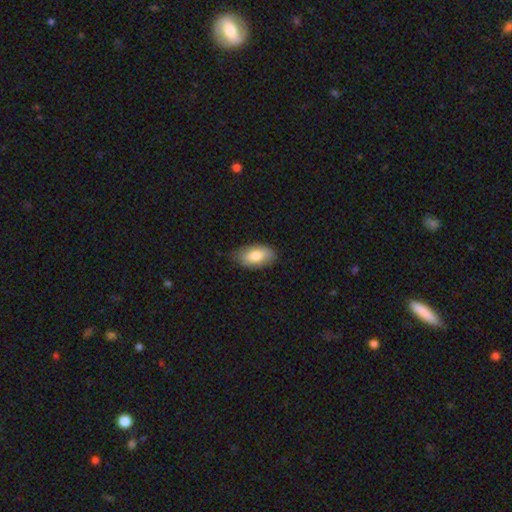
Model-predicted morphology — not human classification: smooth_or_featured: smooth (p=0.78) [alt: featured or disk p=0.15]
how_rounded: in between (p=0.93) [alt: round p=0.04]
merging: none (p=0.72) [alt: minor disturbance p=0.23]